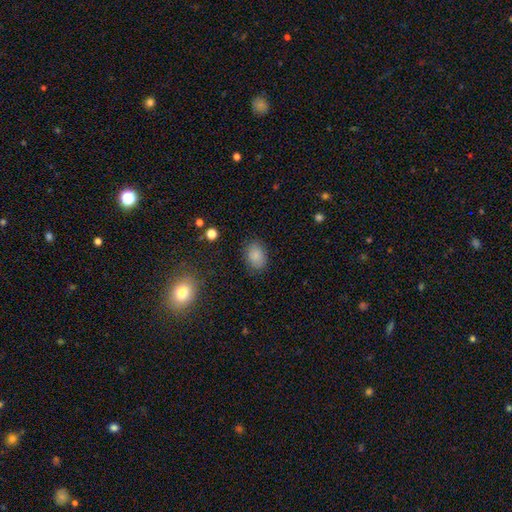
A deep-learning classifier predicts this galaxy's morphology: Smooth or featured?
  - smooth: 86% *
  - star or artifact: 9%
  - featured or disk: 5%
How rounded?
  - in between: 77% *
  - round: 22%
  - cigar-shaped: 1%
Merging?
  - none: 84% *
  - minor disturbance: 11%
  - major disturbance: 3%
  - merger: 1%